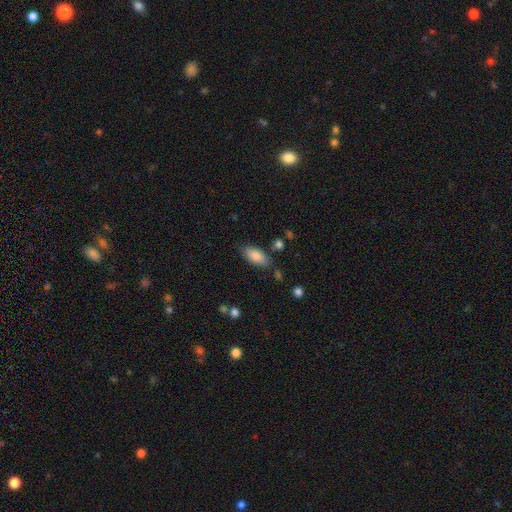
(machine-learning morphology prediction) A smooth galaxy with no disk features (84%) that is in between round and cigar-shaped (88%).

Vote fractions:
- Smooth or featured? smooth: 84% / featured or disk: 10% / star or artifact: 7%
- How rounded? in between: 88% / cigar-shaped: 10% / round: 2%
- Merging? none: 80% / minor disturbance: 14% / merger: 3% / major disturbance: 3%